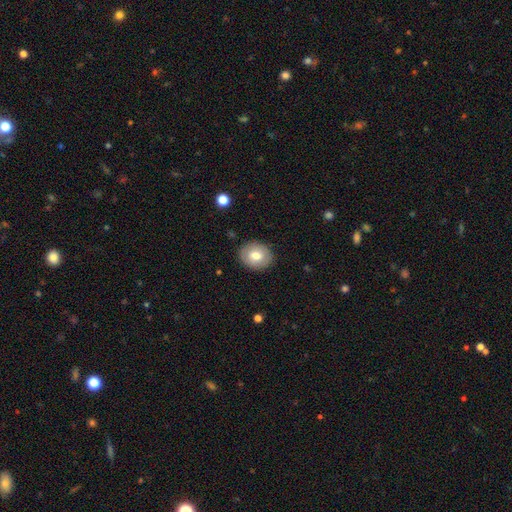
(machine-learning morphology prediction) Overall: smooth (75%). How rounded: round (57%; in between 42%). Merging: none (88%).